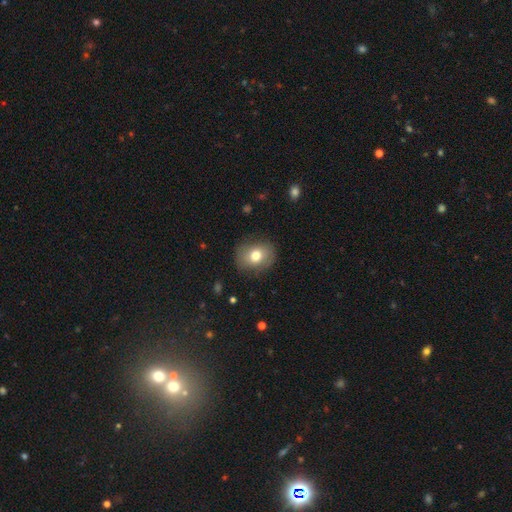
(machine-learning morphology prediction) Smooth or featured? Predicted: smooth (p=0.74). How rounded? Predicted: round (p=0.51). Merging? Predicted: none (p=0.82).